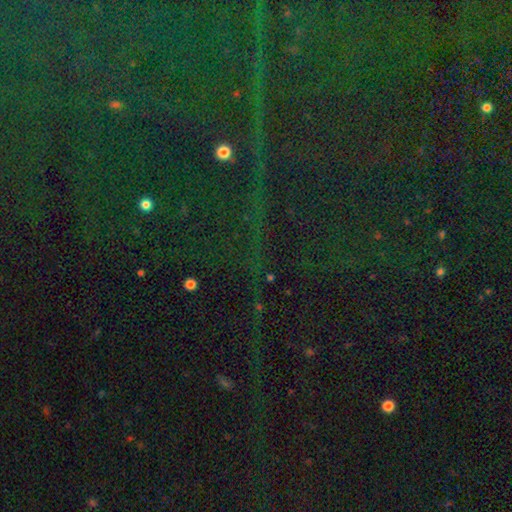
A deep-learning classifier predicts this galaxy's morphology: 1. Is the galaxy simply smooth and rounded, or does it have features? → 86% star or artifact, 8% smooth, 7% featured or disk.